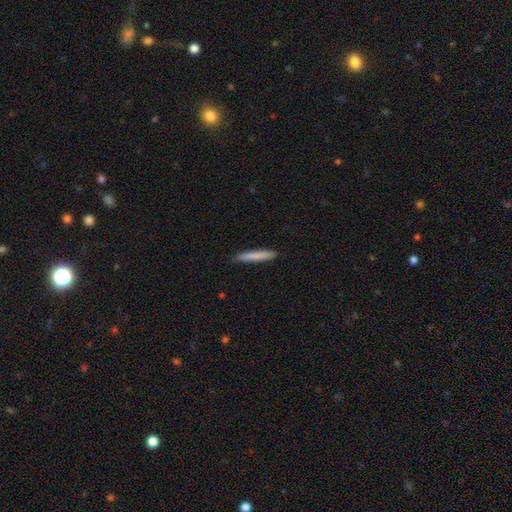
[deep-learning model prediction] Smooth or featured? smooth (81%)
How rounded? cigar-shaped (95%)
Merging? none (91%)